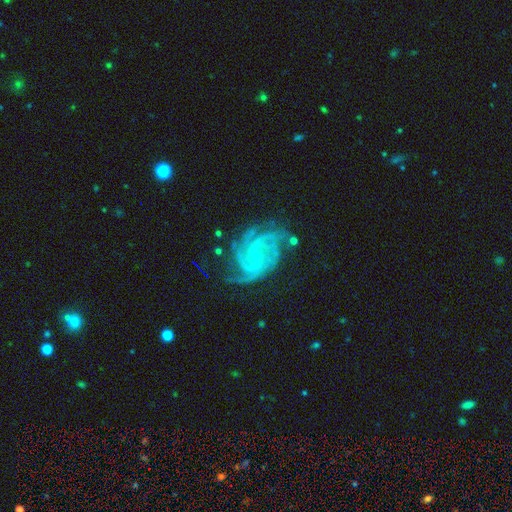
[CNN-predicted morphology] featured or disk 89%, star or artifact 7%, smooth 4%. Down the decision tree: edge-on disk — no (98%); bar — no (51%); spiral arms — yes (98%); spiral arm count — 4 (38%); spiral winding — tight (50%); bulge size — small (80%); merging — none (67%).